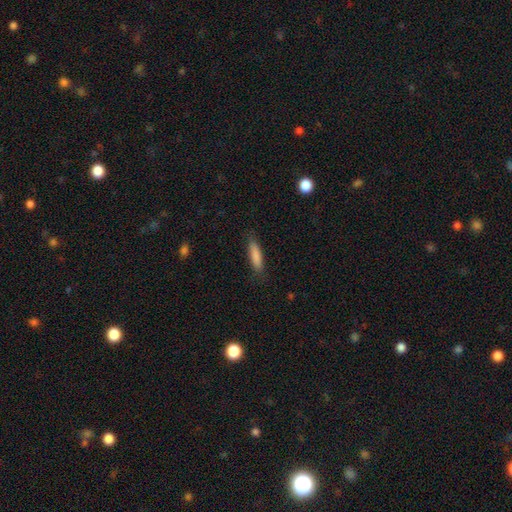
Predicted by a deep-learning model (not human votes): A smooth galaxy with no disk features (85%) that is cigar-shaped (71%). Merging: none (84%).